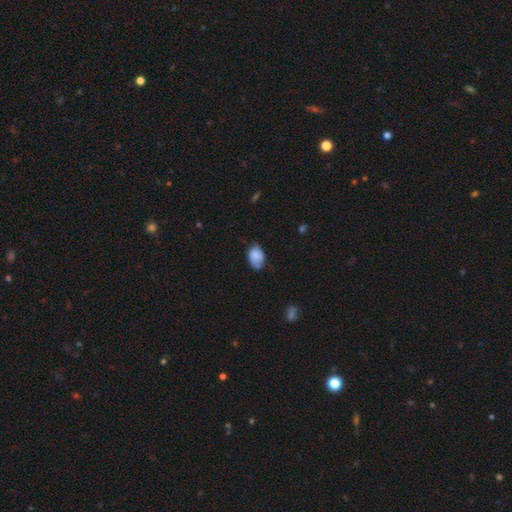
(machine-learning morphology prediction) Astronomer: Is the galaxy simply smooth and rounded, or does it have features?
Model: smooth — 78%.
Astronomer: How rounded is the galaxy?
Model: in between — 82%.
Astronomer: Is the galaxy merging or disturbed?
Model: none — 50% (runner-up: minor disturbance, 36%).